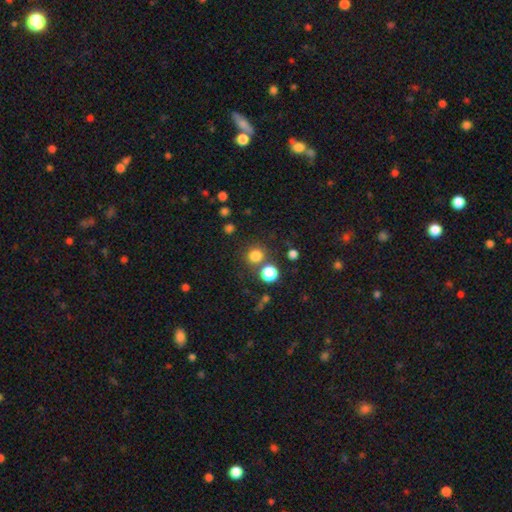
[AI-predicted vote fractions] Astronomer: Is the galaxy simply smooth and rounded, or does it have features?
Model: smooth — 79%.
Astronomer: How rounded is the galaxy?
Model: round — 90%.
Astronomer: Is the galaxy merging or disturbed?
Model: none — 77%.